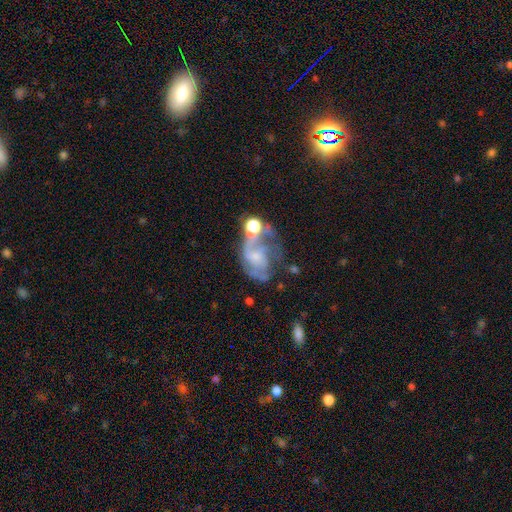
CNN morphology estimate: Smooth or featured: featured or disk — 70% (smooth — 20%)
Edge-on disk: no — 97% (yes — 3%)
Bar: no — 67% (weak — 28%)
Spiral arms: yes — 76% (no — 24%)
Spiral winding: medium — 44% (loose — 32%)
Spiral arm count: 2 — 48% (can't tell — 26%)
Bulge size: small — 54% (moderate — 23%)
Merging: major disturbance — 31% (none — 27%)